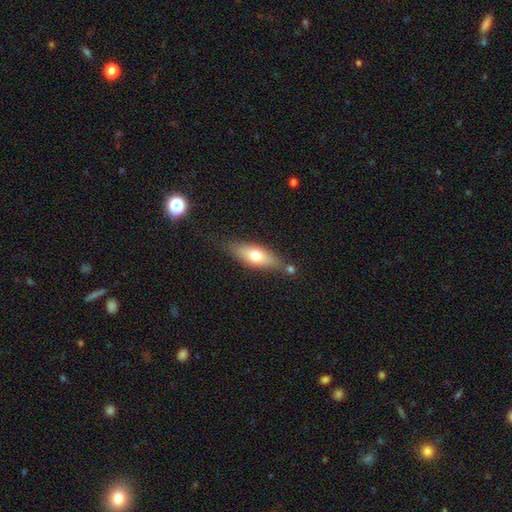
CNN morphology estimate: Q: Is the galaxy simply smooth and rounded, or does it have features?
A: smooth — 66%.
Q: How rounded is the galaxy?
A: in between — 67%.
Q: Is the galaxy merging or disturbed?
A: none — 67%.